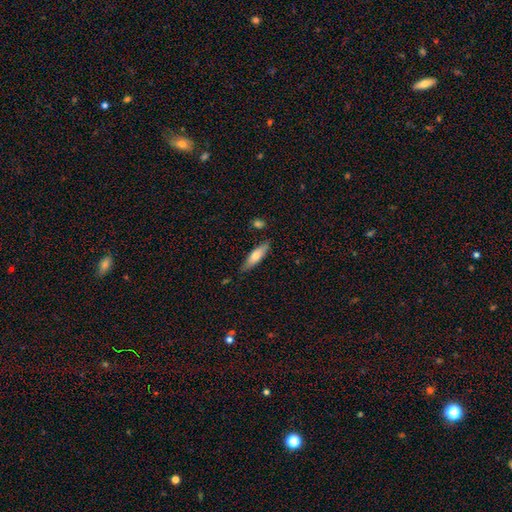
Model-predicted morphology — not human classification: Overall: smooth (66%; featured or disk 28%). How rounded: cigar-shaped (61%; in between 37%). Merging: none (79%).